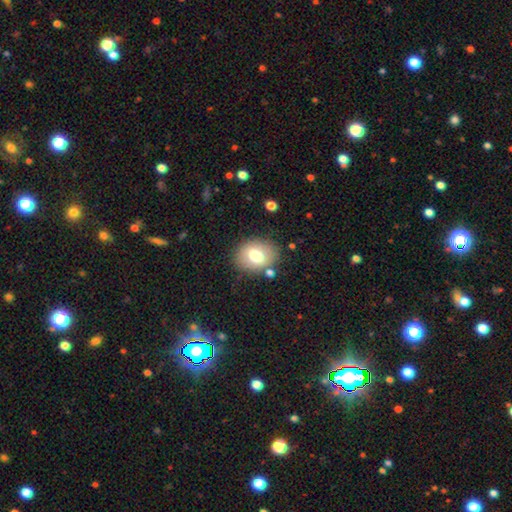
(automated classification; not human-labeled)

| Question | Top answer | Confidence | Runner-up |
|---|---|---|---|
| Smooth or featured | smooth | 70% | featured or disk (20%) |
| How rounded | in between | 54% | round (45%) |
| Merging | none | 79% | minor disturbance (12%) |